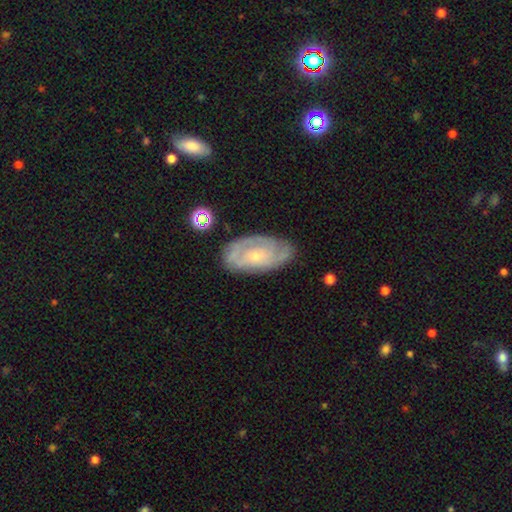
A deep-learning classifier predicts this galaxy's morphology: type=featured or disk (71%); edge-on=no (94%); bar=no (74%); spiral arms=yes (82%); winding=tight (58%); arm count=can't tell (43%); bulge=small (69%); merging=none (70%).